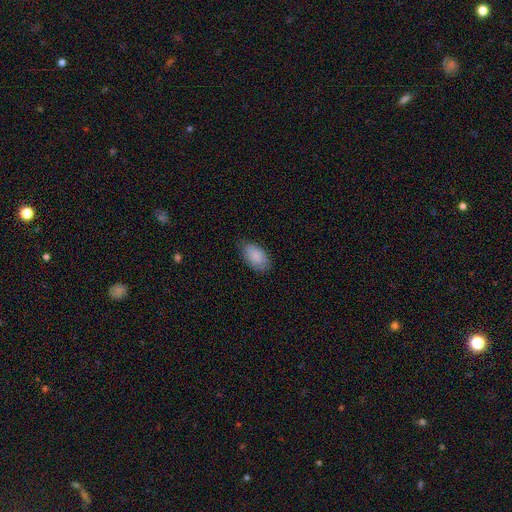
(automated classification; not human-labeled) This is clearly a smooth galaxy (88%). How rounded: clearly in between (94%). Merging: likely none (77%).